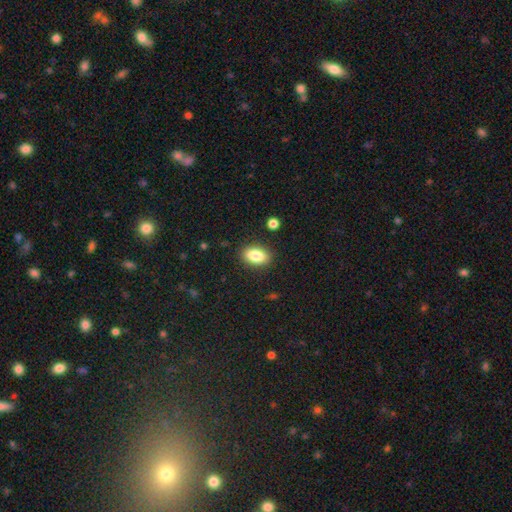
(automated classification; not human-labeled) Smooth or featured?
  - smooth: 85% *
  - star or artifact: 8%
  - featured or disk: 7%
How rounded?
  - in between: 88% *
  - round: 9%
  - cigar-shaped: 3%
Merging?
  - none: 88% *
  - minor disturbance: 8%
  - major disturbance: 2%
  - merger: 2%